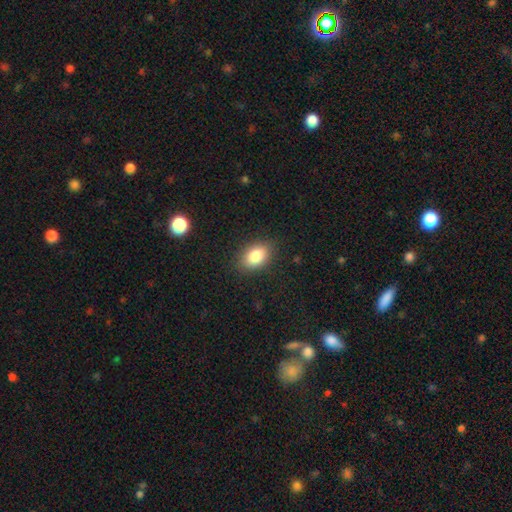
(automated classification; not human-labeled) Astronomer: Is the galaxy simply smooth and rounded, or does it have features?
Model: smooth — 83%.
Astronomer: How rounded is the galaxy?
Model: in between — 86%.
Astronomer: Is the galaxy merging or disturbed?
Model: none — 86%.